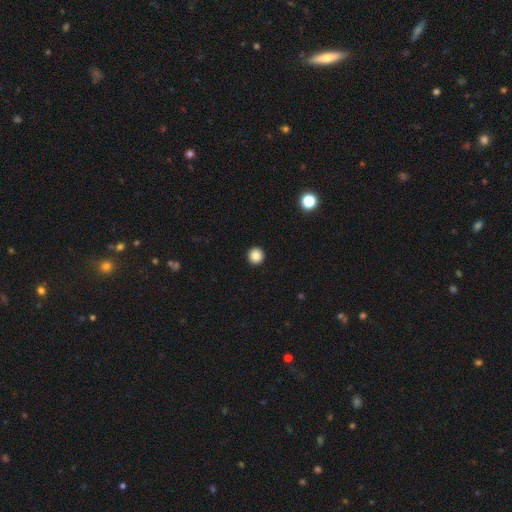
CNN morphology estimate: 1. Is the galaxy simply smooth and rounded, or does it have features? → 87% smooth, 10% star or artifact, 3% featured or disk.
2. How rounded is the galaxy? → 96% round, 3% in between, 1% cigar-shaped.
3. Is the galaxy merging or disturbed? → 94% none, 4% minor disturbance, 1% major disturbance, 1% merger.